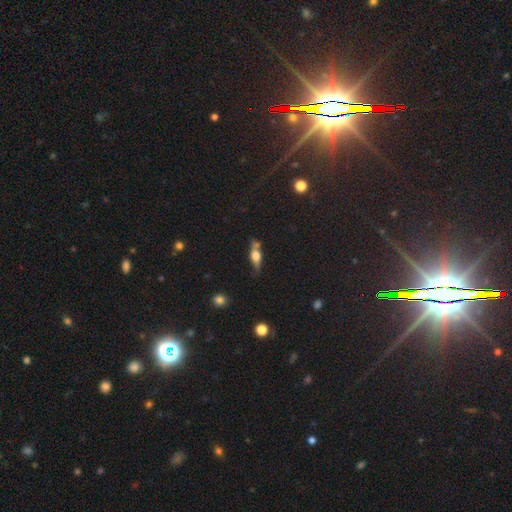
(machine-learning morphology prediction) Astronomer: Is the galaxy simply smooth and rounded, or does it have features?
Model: smooth — 48% (runner-up: featured or disk, 43%).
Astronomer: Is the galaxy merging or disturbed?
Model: none — 60%.